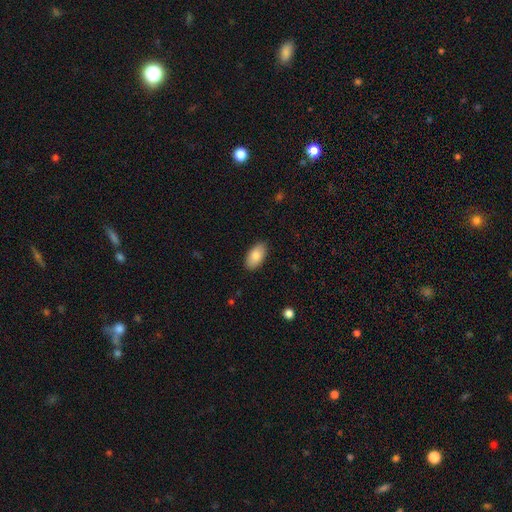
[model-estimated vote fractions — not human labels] A smooth galaxy with no disk features (85%) that is in between round and cigar-shaped (95%). Merging: none (88%).